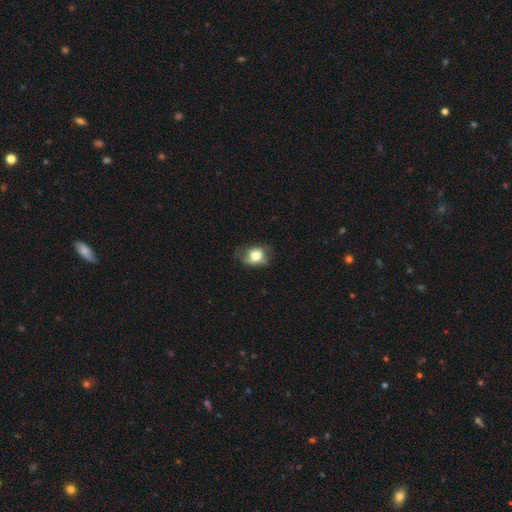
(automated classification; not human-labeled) smooth_or_featured: smooth (p=0.74) [alt: featured or disk p=0.17]
how_rounded: in between (p=0.52) [alt: round p=0.46]
merging: none (p=0.49) [alt: minor disturbance p=0.32]